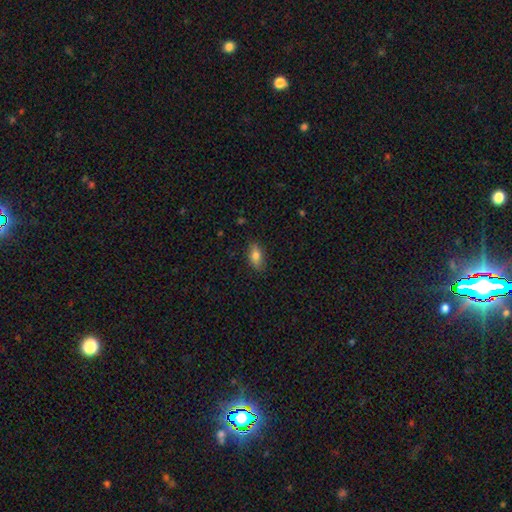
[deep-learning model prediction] Morphology: type=smooth (78%); roundness=in between (88%); merging=none (83%).